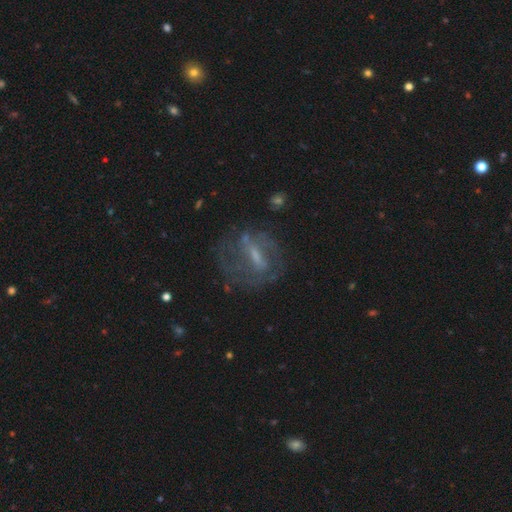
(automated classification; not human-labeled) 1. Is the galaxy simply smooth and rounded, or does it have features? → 70% featured or disk, 20% smooth, 10% star or artifact.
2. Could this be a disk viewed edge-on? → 88% no, 12% yes.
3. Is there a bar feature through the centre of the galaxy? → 46% strong, 38% weak, 16% no.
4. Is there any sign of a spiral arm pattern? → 63% yes, 37% no.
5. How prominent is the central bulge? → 36% small, 31% moderate, 26% none, 6% large, 1% dominant.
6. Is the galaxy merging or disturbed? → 60% none, 19% major disturbance, 18% minor disturbance, 3% merger.